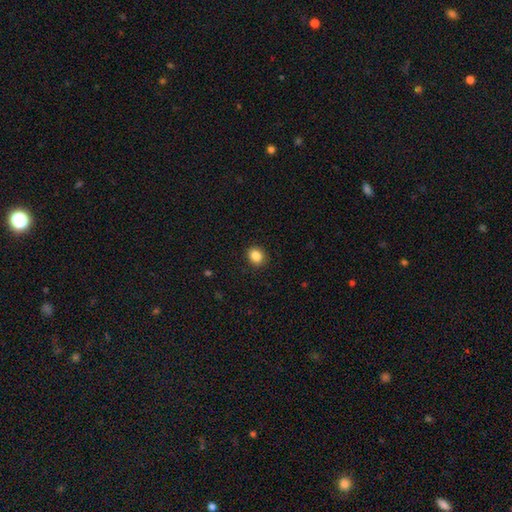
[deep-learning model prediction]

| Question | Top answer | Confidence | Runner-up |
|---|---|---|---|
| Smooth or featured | smooth | 86% | star or artifact (10%) |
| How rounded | round | 67% | in between (33%) |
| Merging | none | 91% | minor disturbance (7%) |